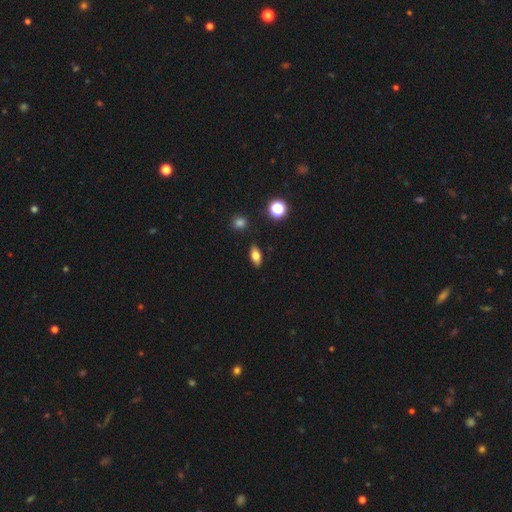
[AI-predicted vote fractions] Morphology: type=smooth (74%); roundness=in between (83%); merging=none (88%).